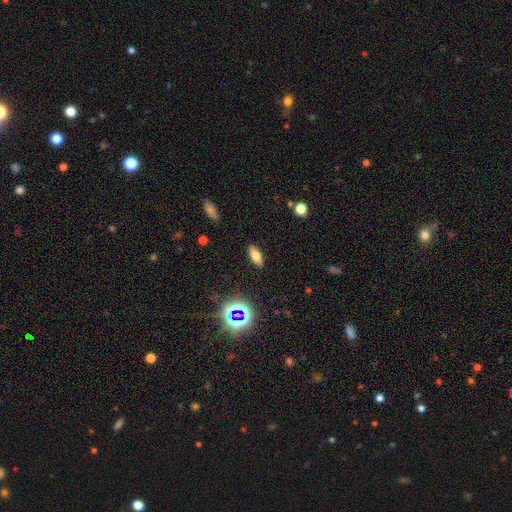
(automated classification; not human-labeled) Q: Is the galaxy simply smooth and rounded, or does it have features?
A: smooth — 67%.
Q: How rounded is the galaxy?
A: in between — 73%.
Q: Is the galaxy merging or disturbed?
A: none — 89%.